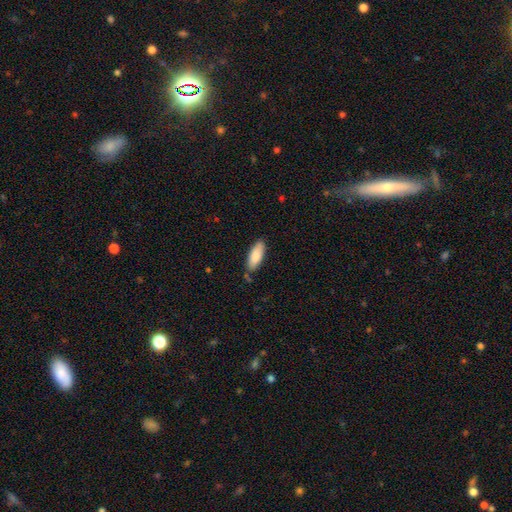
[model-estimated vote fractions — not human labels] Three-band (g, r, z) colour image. It shows a smooth galaxy with no disk features (86%) that is in between round and cigar-shaped (70%). Merging: none (79%).